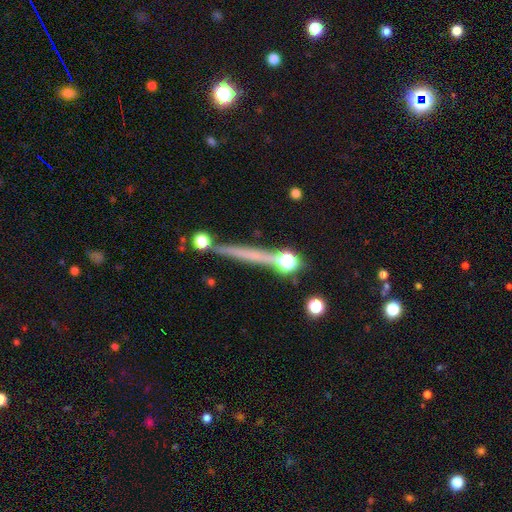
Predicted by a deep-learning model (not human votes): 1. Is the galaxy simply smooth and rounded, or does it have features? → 45% featured or disk, 40% smooth, 15% star or artifact.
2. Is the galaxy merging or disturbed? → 78% none, 11% minor disturbance, 7% merger, 4% major disturbance.